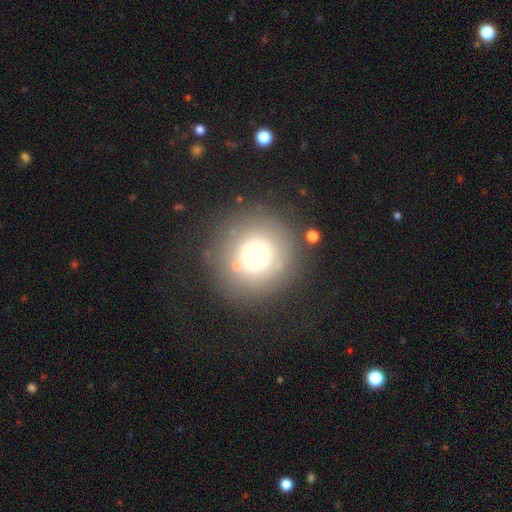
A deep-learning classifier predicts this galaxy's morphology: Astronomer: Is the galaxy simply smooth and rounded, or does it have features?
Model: smooth — 62%.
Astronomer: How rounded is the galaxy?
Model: round — 94%.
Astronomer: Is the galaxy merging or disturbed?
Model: none — 80%.